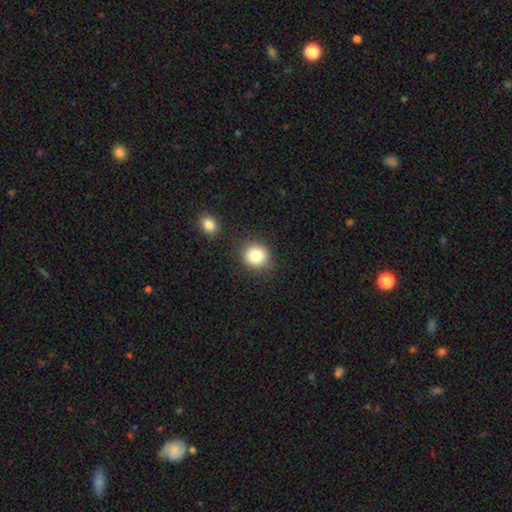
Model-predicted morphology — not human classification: Q: Smooth or featured?
A: smooth (83%); runner-up: star or artifact (10%)
Q: How rounded?
A: round (86%); runner-up: in between (13%)
Q: Merging?
A: none (84%); runner-up: minor disturbance (9%)